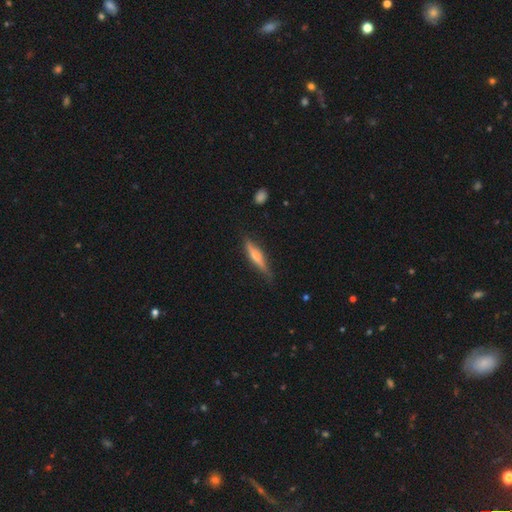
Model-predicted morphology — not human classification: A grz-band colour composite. It shows a featured or disk galaxy (52%) viewed edge-on (93%). Merging: none (78%).